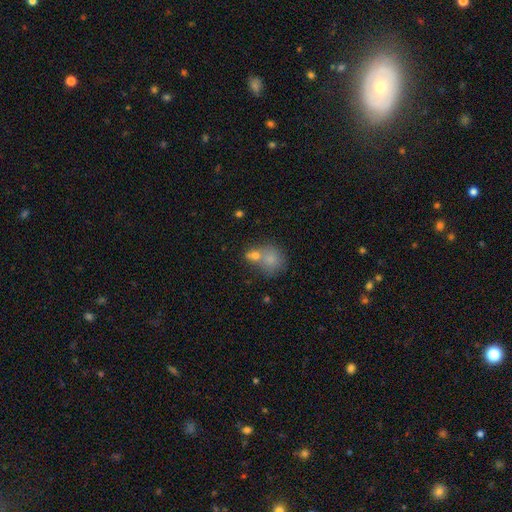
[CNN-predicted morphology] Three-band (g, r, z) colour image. It shows a smooth galaxy with no disk features (71%) that is round (69%). Merging: merger (51%).